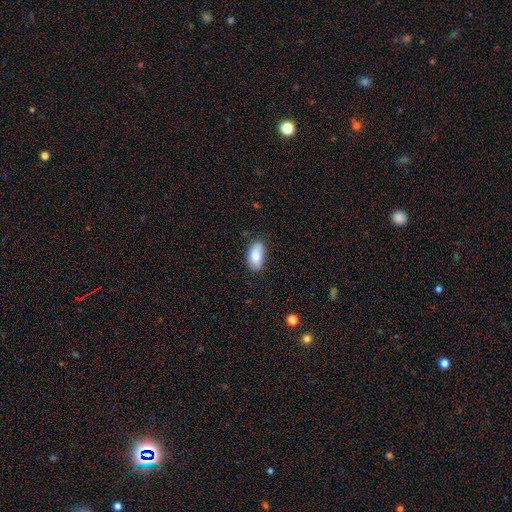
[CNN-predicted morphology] Overall: smooth (83%). How rounded: in between (93%). Merging: none (76%).